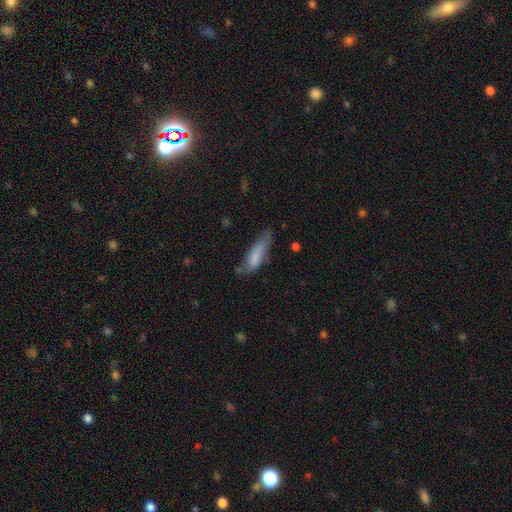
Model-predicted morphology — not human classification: This is likely a smooth galaxy (74%). How rounded: possibly cigar-shaped (52%). Merging: marginally none (43%).